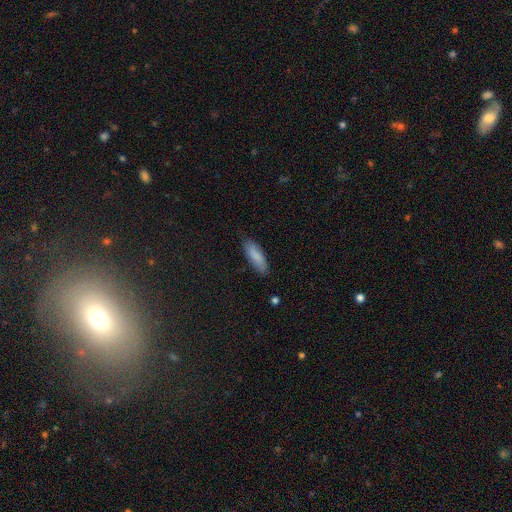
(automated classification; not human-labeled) Morphology: type=smooth (86%); roundness=in between (55%); merging=none (82%).